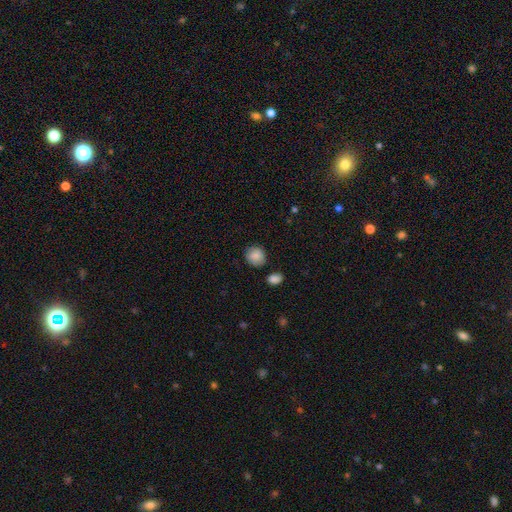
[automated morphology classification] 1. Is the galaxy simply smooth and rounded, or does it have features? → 87% smooth, 8% star or artifact, 5% featured or disk.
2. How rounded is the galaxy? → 79% round, 20% in between, 1% cigar-shaped.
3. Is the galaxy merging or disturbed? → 80% none, 13% minor disturbance, 4% merger, 3% major disturbance.